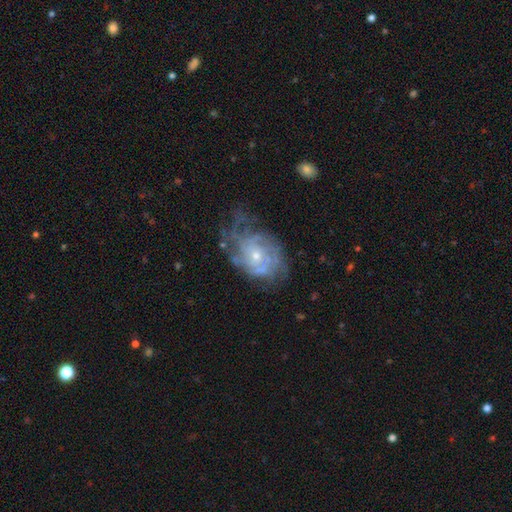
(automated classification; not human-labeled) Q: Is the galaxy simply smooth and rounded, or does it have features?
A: featured or disk — 82%.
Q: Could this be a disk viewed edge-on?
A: no — 97%.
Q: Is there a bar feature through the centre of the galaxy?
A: no — 77%.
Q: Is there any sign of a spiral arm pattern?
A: yes — 90%.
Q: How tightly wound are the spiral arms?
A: tight — 60%.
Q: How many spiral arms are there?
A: can't tell — 44%.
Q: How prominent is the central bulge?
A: small — 68%.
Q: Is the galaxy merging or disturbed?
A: none — 56%.